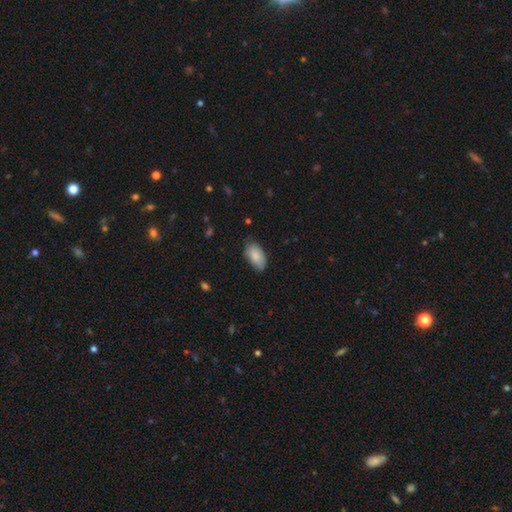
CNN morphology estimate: A smooth galaxy with no disk features (85%) that is in between round and cigar-shaped (94%).

Vote fractions:
- Smooth or featured? smooth: 85% / featured or disk: 9% / star or artifact: 6%
- How rounded? in between: 94% / round: 3% / cigar-shaped: 3%
- Merging? none: 72% / minor disturbance: 24% / major disturbance: 4% / merger: 1%